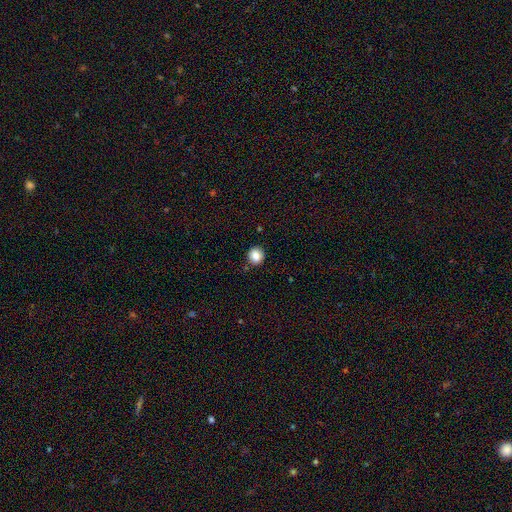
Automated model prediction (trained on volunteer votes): Smooth or featured?
  - smooth: 85% *
  - star or artifact: 10%
  - featured or disk: 5%
How rounded?
  - round: 90% *
  - in between: 9%
  - cigar-shaped: 1%
Merging?
  - none: 88% *
  - minor disturbance: 8%
  - merger: 2%
  - major disturbance: 2%